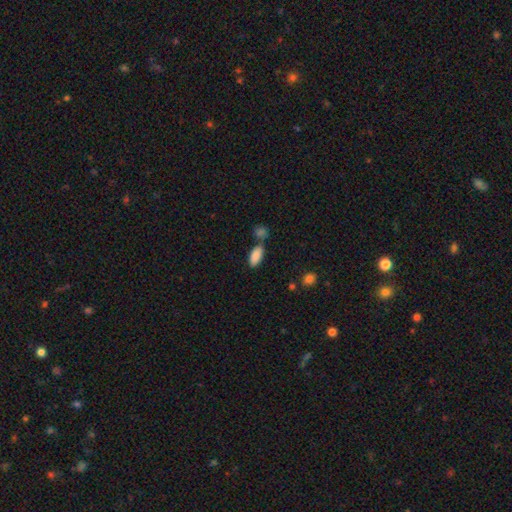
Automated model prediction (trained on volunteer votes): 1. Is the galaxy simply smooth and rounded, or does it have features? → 88% smooth, 7% star or artifact, 5% featured or disk.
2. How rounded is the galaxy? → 89% in between, 9% cigar-shaped, 2% round.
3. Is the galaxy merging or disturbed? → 62% none, 22% merger, 12% minor disturbance, 4% major disturbance.